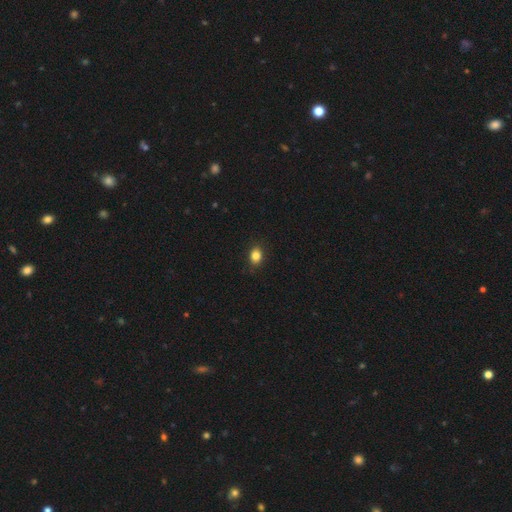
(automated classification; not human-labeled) Smooth or featured: smooth — 84% (star or artifact — 10%)
How rounded: in between — 63% (round — 36%)
Merging: none — 87% (minor disturbance — 10%)